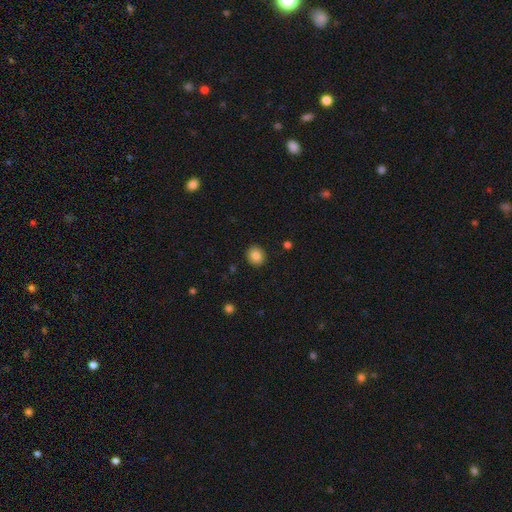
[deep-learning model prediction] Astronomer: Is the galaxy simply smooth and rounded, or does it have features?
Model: smooth — 84%.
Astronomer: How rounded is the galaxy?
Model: round — 81%.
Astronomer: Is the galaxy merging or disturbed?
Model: none — 91%.